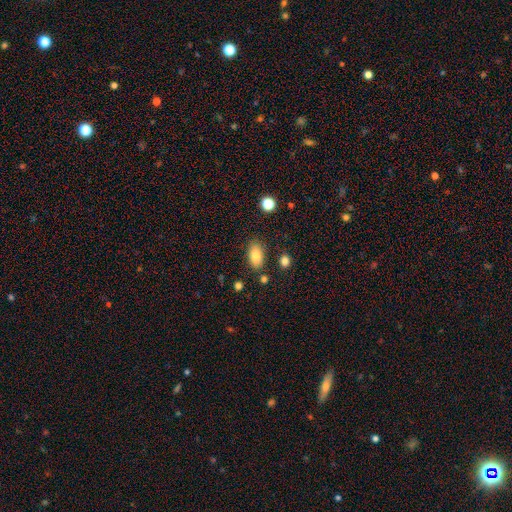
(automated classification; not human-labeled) This is clearly a smooth galaxy (83%). How rounded: clearly in between (91%). Merging: clearly none (82%).